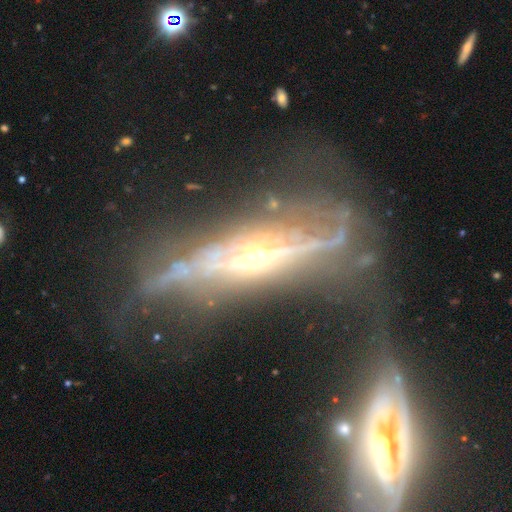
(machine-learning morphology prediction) Q: Smooth or featured?
A: featured or disk (84%); runner-up: smooth (9%)
Q: Edge-on disk?
A: yes (54%); runner-up: no (46%)
Q: Merging?
A: merger (39%); runner-up: none (26%)